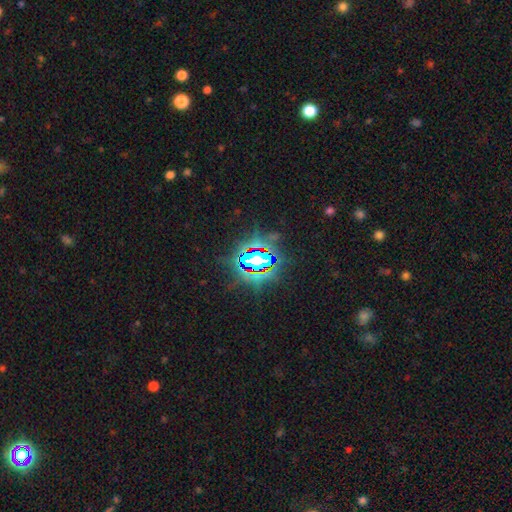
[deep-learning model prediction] A star or artifact, not a galaxy (81%).

Vote fractions:
- Smooth or featured? star or artifact: 81% / smooth: 11% / featured or disk: 8%